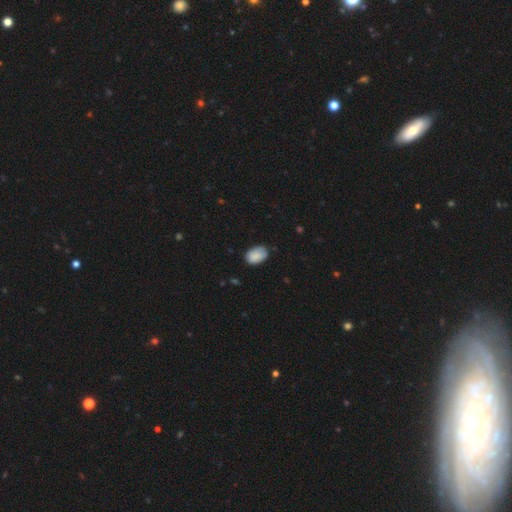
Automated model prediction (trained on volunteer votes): This is clearly a smooth galaxy (87%). How rounded: clearly in between (87%). Merging: likely none (73%).